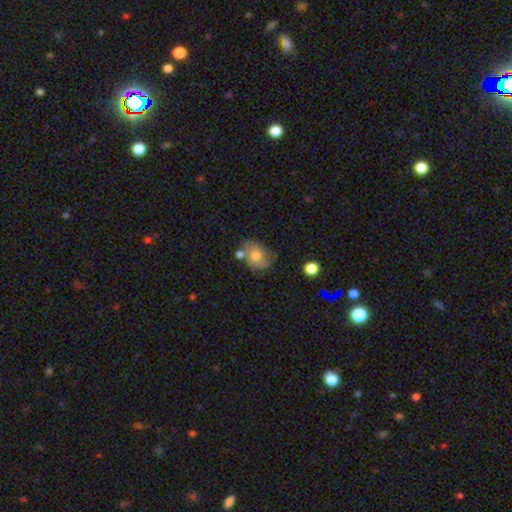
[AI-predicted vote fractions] Overall: smooth (64%; featured or disk 28%). How rounded: in between (62%; round 37%). Merging: none (48%; minor disturbance 27%).